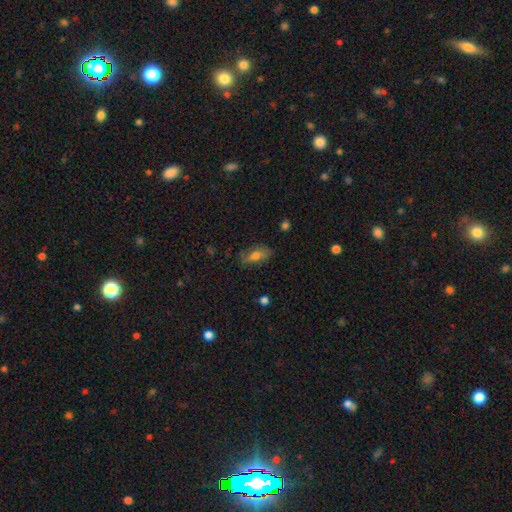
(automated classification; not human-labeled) smooth_or_featured: smooth (p=0.67) [alt: featured or disk p=0.24]
how_rounded: in between (p=0.81) [alt: cigar-shaped p=0.14]
merging: none (p=0.75) [alt: minor disturbance p=0.18]